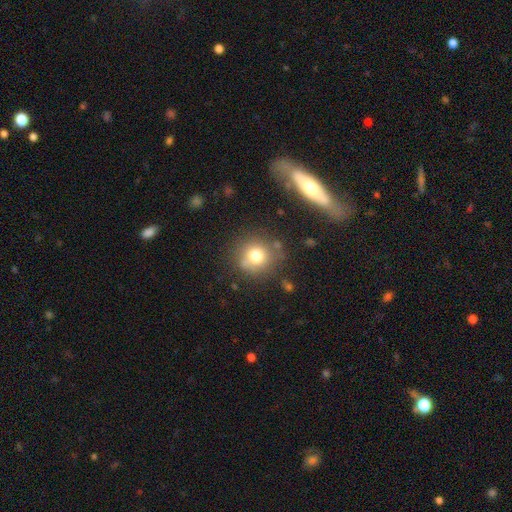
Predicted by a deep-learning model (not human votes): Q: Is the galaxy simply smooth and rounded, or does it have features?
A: smooth — 75%.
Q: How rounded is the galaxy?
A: round — 90%.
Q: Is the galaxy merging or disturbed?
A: none — 76%.